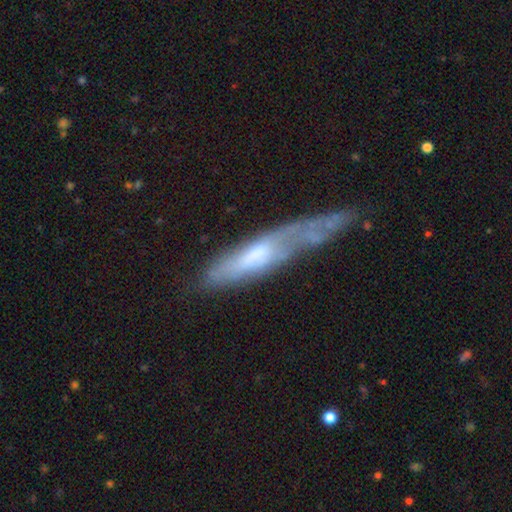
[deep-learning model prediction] Smooth or featured?
  - featured or disk: 52% *
  - smooth: 41%
  - star or artifact: 7%
Edge-on disk?
  - yes: 55% *
  - no: 45%
Merging?
  - none: 44% *
  - minor disturbance: 29%
  - major disturbance: 21%
  - merger: 5%